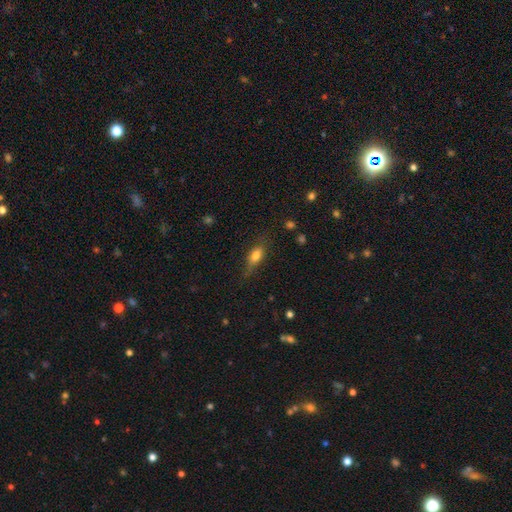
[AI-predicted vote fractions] Q: Smooth or featured?
A: smooth (72%); runner-up: featured or disk (19%)
Q: How rounded?
A: in between (72%); runner-up: cigar-shaped (22%)
Q: Merging?
A: none (64%); runner-up: minor disturbance (25%)